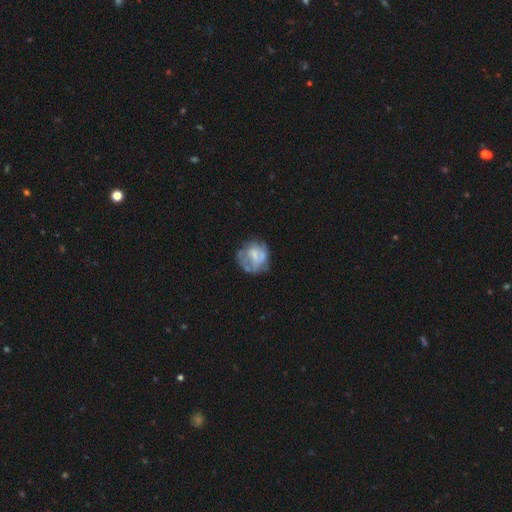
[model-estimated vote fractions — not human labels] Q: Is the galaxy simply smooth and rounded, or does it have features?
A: featured or disk — 56%.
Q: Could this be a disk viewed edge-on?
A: no — 98%.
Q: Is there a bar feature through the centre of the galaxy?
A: no — 64%.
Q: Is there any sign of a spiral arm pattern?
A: no — 60%.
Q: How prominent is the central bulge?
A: small — 35%.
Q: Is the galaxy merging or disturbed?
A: none — 57%.